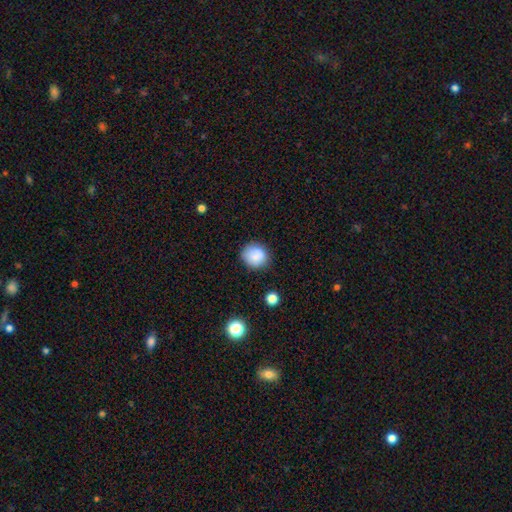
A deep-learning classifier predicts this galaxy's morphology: A smooth galaxy with no disk features (84%) that is round (80%).

Vote fractions:
- Smooth or featured? smooth: 84% / star or artifact: 9% / featured or disk: 7%
- How rounded? round: 80% / in between: 19% / cigar-shaped: 1%
- Merging? none: 79% / minor disturbance: 14% / major disturbance: 3% / merger: 3%